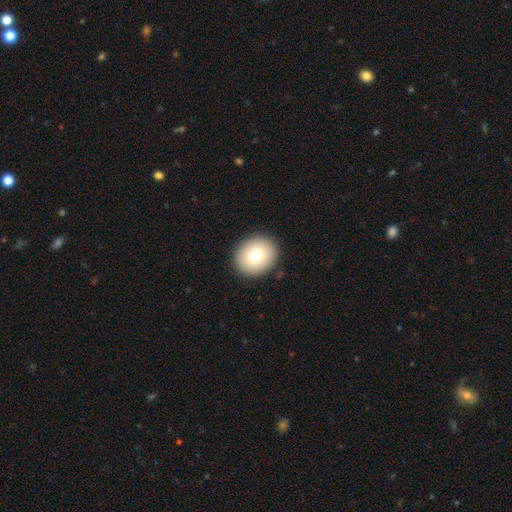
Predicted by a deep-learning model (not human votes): Smooth or featured?
  - smooth: 75% *
  - featured or disk: 15%
  - star or artifact: 10%
How rounded?
  - round: 75% *
  - in between: 25%
  - cigar-shaped: 1%
Merging?
  - none: 90% *
  - minor disturbance: 7%
  - major disturbance: 2%
  - merger: 1%